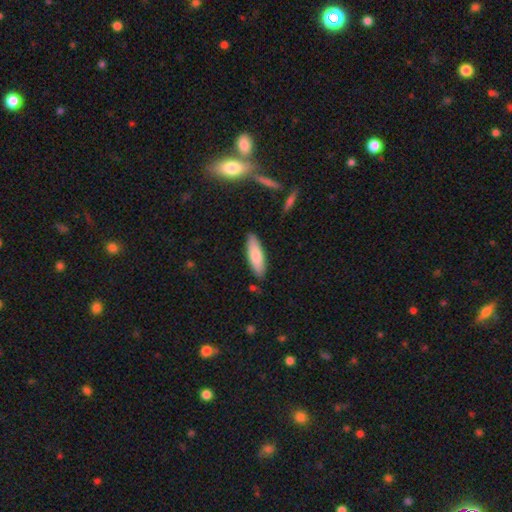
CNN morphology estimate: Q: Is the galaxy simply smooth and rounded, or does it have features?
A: smooth — 78%.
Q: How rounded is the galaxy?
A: in between — 51%.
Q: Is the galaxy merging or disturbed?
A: none — 86%.